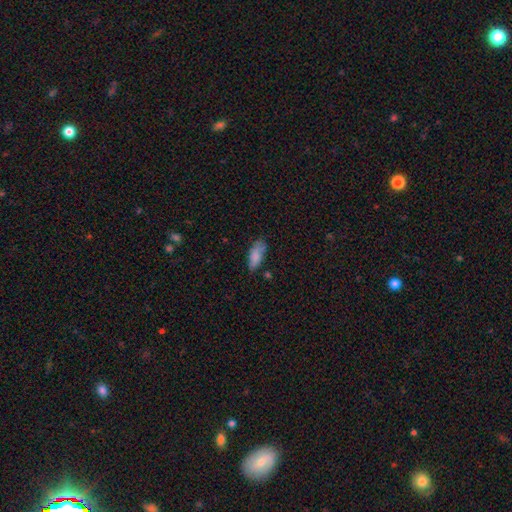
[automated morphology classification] smooth-or-featured: smooth: 82% | featured or disk: 10% | star or artifact: 7%
  how-rounded: in between: 77% | cigar-shaped: 21% | round: 2%
  merging: none: 64% | minor disturbance: 27% | major disturbance: 6% | merger: 3%